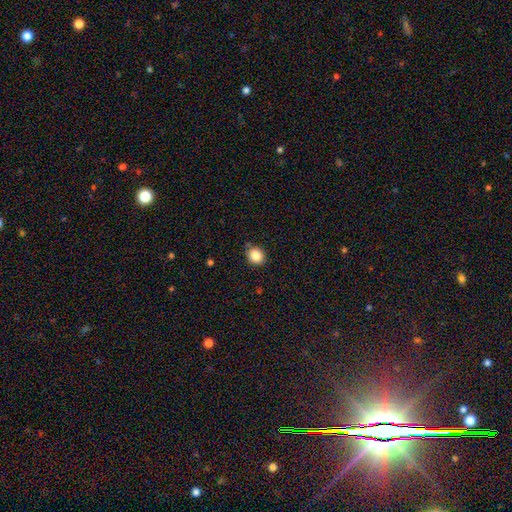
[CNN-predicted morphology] A smooth galaxy with no disk features (85%) that is round (85%).

Vote fractions:
- Smooth or featured? smooth: 85% / star or artifact: 11% / featured or disk: 5%
- How rounded? round: 85% / in between: 15% / cigar-shaped: 1%
- Merging? none: 82% / minor disturbance: 13% / merger: 3% / major disturbance: 3%